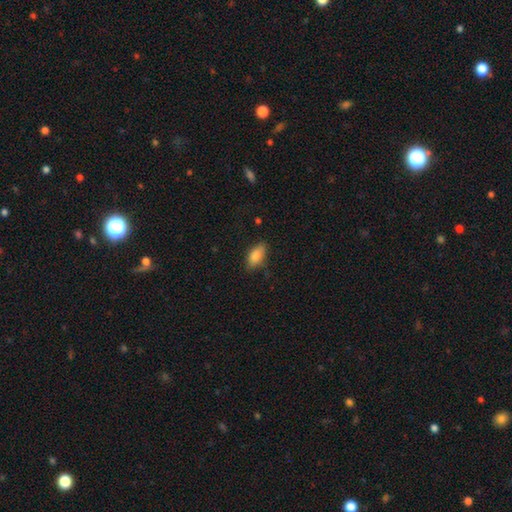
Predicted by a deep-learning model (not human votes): This appears to be a smooth galaxy with no disk features (85%) that is in between round and cigar-shaped (86%). Merging: none (78%).